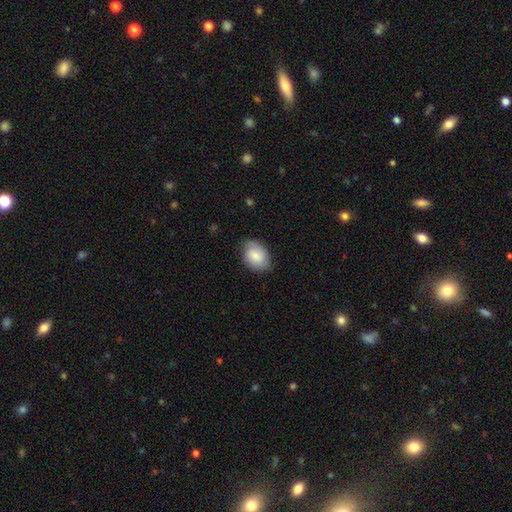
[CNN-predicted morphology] This appears to be a smooth galaxy with no disk features (67%) that is in between round and cigar-shaped (73%). Merging: none (74%).